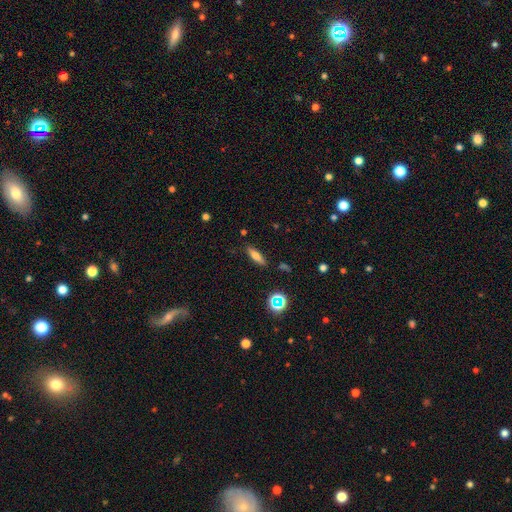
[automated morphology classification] Smooth or featured?
  - smooth: 68% *
  - featured or disk: 20%
  - star or artifact: 12%
How rounded?
  - cigar-shaped: 62% *
  - in between: 34%
  - round: 4%
Merging?
  - none: 83% *
  - minor disturbance: 11%
  - major disturbance: 3%
  - merger: 3%